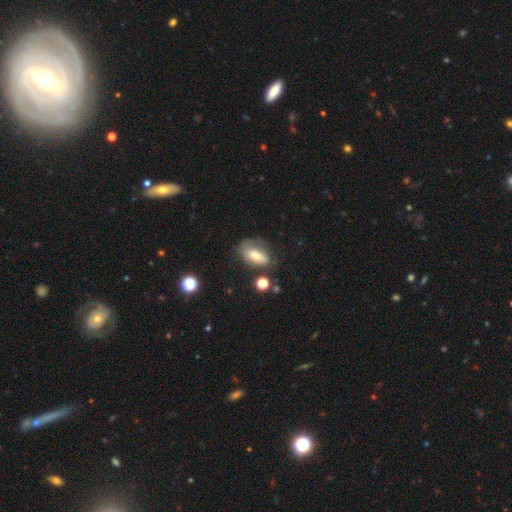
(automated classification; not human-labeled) This is likely a smooth galaxy (61%). How rounded: clearly in between (85%). Merging: possibly none (51%).